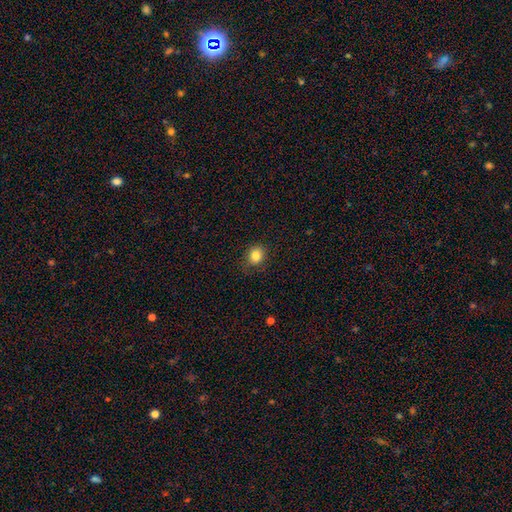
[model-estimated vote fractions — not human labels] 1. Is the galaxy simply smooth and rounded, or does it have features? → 84% smooth, 11% star or artifact, 6% featured or disk.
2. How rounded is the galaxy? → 64% round, 35% in between, 1% cigar-shaped.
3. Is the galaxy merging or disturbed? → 81% none, 14% minor disturbance, 4% major disturbance, 1% merger.